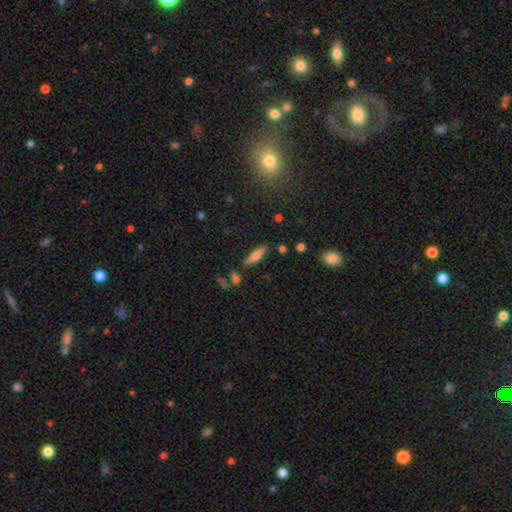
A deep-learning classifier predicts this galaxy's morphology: This appears to be a smooth galaxy with no disk features (66%) that is in between round and cigar-shaped (52%). Merging: none (79%).